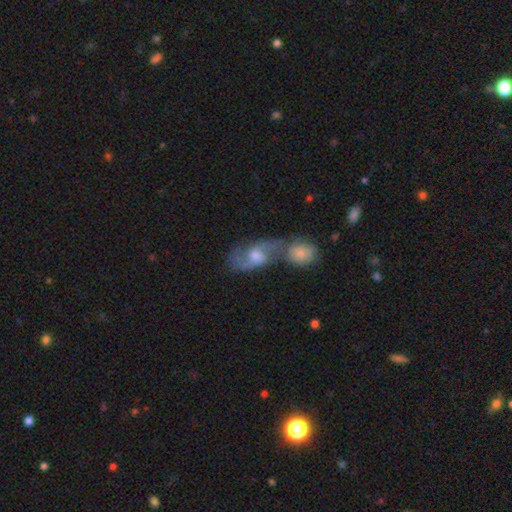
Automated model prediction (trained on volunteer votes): A featured or disk galaxy (69%) with no bar (50%), 2 (82%) medium (45%) spiral arms (87%) and a moderate central bulge (62%).

Vote fractions:
- Smooth or featured? featured or disk: 69% / smooth: 22% / star or artifact: 10%
- Edge-on disk? no: 94% / yes: 6%
- Bar? no: 50% / weak: 40% / strong: 10%
- Spiral arms? yes: 87% / no: 13%
- Spiral winding? medium: 45% / loose: 38% / tight: 16%
- Spiral arm count? 2: 82% / can't tell: 10% / 1: 3% / 3: 2% / 4: 1% / more than 4: 1%
- Bulge size? moderate: 62% / small: 27% / large: 6% / none: 3% / dominant: 1%
- Merging? merger: 53% / none: 30% / minor disturbance: 10% / major disturbance: 6%